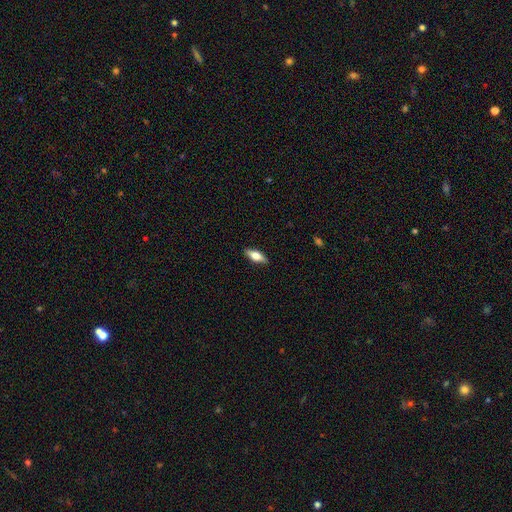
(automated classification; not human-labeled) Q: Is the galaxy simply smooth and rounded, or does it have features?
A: smooth — 53%.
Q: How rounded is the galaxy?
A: in between — 64%.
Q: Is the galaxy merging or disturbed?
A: none — 88%.